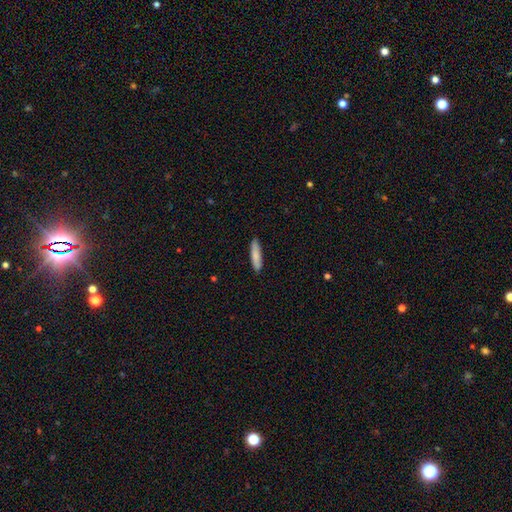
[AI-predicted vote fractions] This appears to be a smooth galaxy with no disk features (82%) that is cigar-shaped (79%). Merging: none (89%).